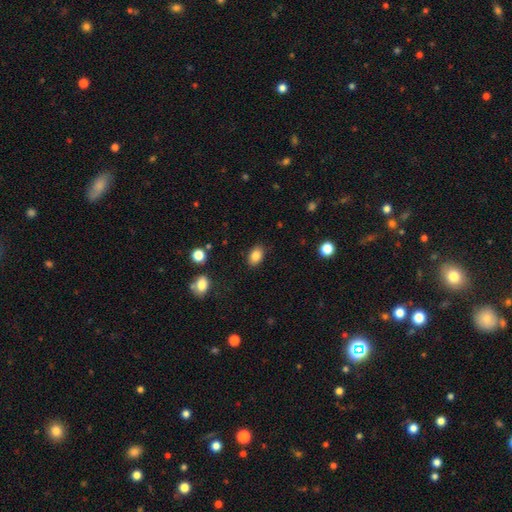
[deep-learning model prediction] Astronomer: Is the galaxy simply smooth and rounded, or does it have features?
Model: smooth — 85%.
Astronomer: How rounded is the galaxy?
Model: in between — 84%.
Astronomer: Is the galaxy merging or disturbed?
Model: none — 86%.